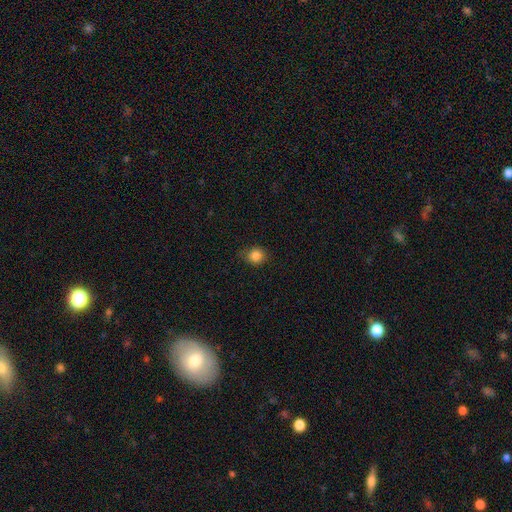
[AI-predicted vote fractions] Smooth or featured: smooth — 85% (star or artifact — 11%)
How rounded: round — 76% (in between — 23%)
Merging: none — 75% (minor disturbance — 20%)